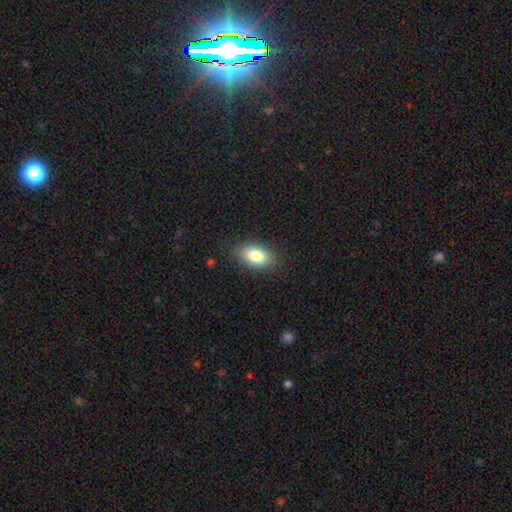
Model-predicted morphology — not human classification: A smooth galaxy with no disk features (84%) that is in between round and cigar-shaped (92%).

Vote fractions:
- Smooth or featured? smooth: 84% / featured or disk: 9% / star or artifact: 8%
- How rounded? in between: 92% / round: 6% / cigar-shaped: 3%
- Merging? none: 86% / minor disturbance: 10% / major disturbance: 3% / merger: 1%